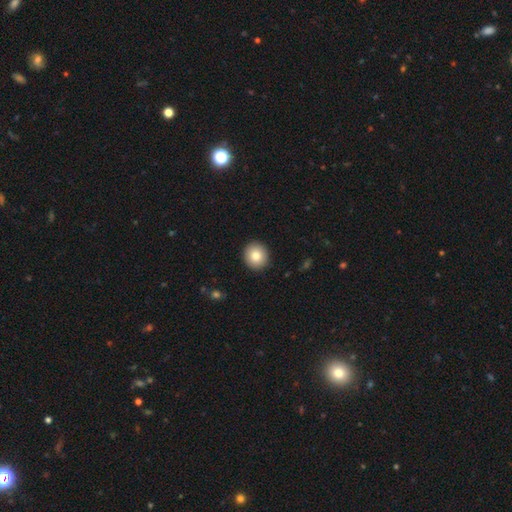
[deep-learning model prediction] Q: Smooth or featured?
A: smooth (82%); runner-up: featured or disk (9%)
Q: How rounded?
A: round (87%); runner-up: in between (12%)
Q: Merging?
A: none (92%); runner-up: minor disturbance (5%)